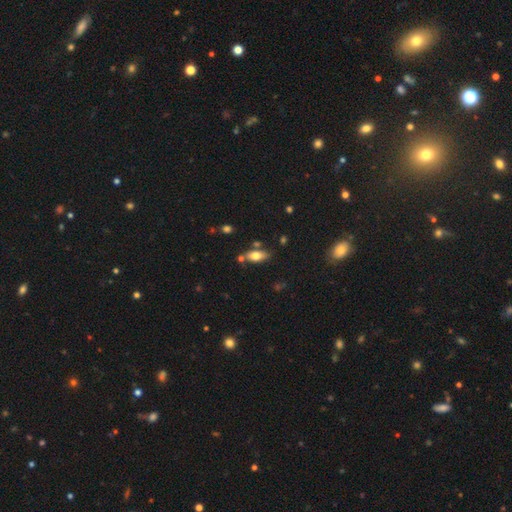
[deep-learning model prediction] Smooth or featured?
  - smooth: 71% *
  - featured or disk: 21%
  - star or artifact: 8%
How rounded?
  - in between: 84% *
  - cigar-shaped: 13%
  - round: 3%
Merging?
  - none: 70% *
  - minor disturbance: 16%
  - merger: 10%
  - major disturbance: 4%